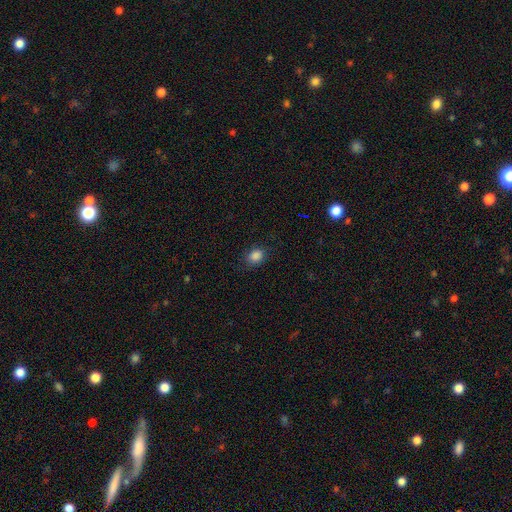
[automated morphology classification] This is clearly a smooth galaxy (85%). How rounded: possibly in between (53%). Merging: clearly none (82%).